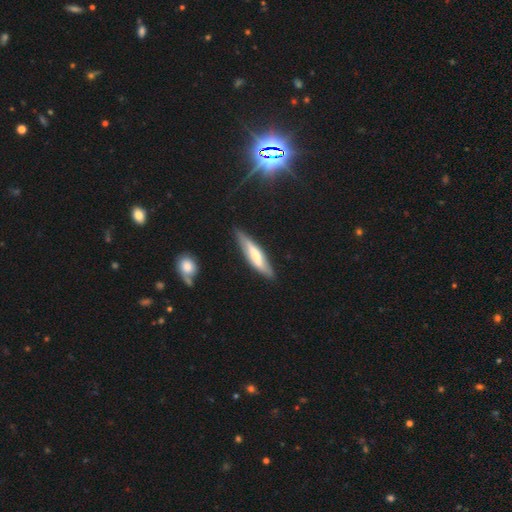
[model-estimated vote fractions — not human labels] Q: Smooth or featured?
A: smooth (48%); runner-up: featured or disk (47%)
Q: Merging?
A: none (75%); runner-up: minor disturbance (19%)